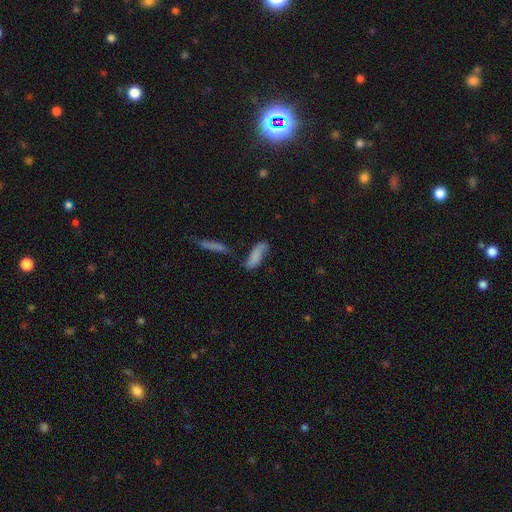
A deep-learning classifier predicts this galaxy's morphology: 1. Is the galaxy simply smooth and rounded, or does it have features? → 67% smooth, 23% featured or disk, 9% star or artifact.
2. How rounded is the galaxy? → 57% in between, 41% cigar-shaped, 3% round.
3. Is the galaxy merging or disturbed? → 46% none, 25% minor disturbance, 17% merger, 12% major disturbance.